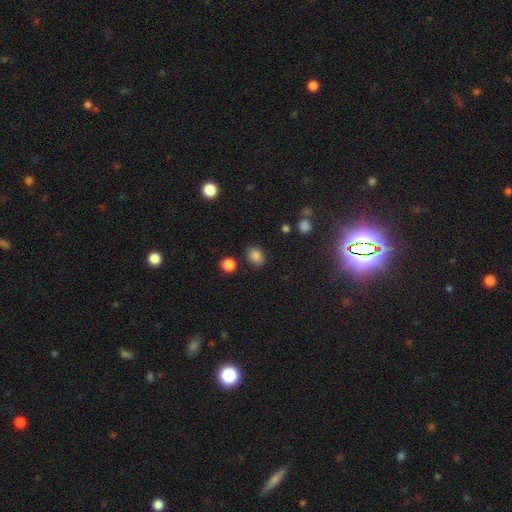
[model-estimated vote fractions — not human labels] A smooth galaxy with no disk features (84%) that is round (51%).

Vote fractions:
- Smooth or featured? smooth: 84% / star or artifact: 11% / featured or disk: 4%
- How rounded? round: 51% / in between: 48% / cigar-shaped: 1%
- Merging? none: 83% / minor disturbance: 11% / merger: 3% / major disturbance: 3%